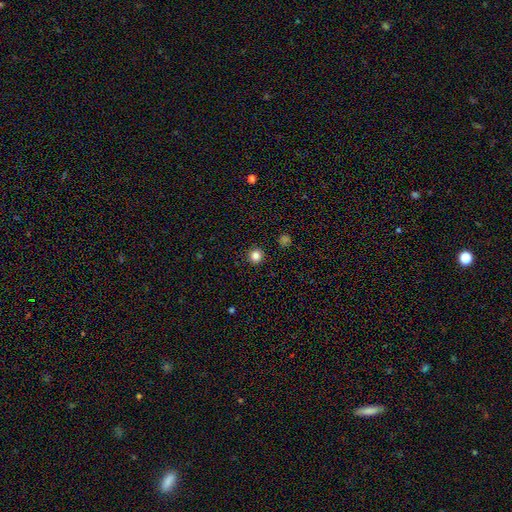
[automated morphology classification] A smooth galaxy with no disk features (84%) that is round (94%).

Vote fractions:
- Smooth or featured? smooth: 84% / star or artifact: 12% / featured or disk: 4%
- How rounded? round: 94% / in between: 5% / cigar-shaped: 1%
- Merging? none: 93% / minor disturbance: 4% / major disturbance: 2% / merger: 1%